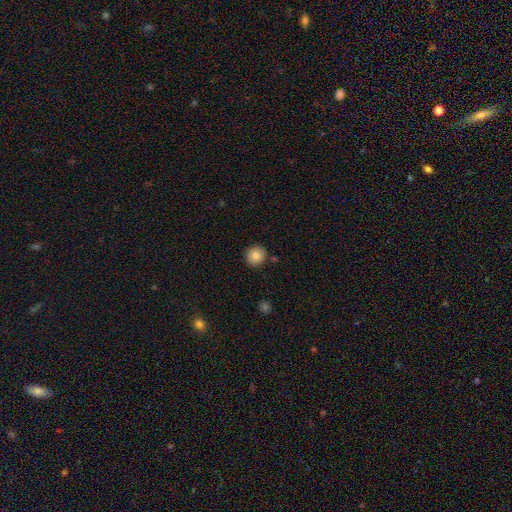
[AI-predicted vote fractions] smooth 84%, star or artifact 9%, featured or disk 7%. Down the decision tree: how rounded — round (89%); merging — none (87%).